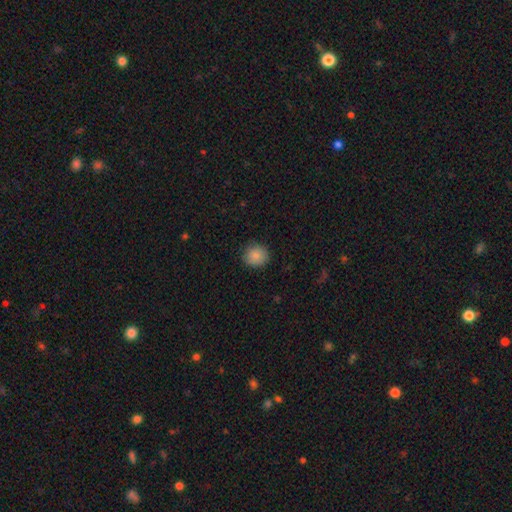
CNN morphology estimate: Q: Smooth or featured?
A: smooth (86%); runner-up: star or artifact (9%)
Q: How rounded?
A: round (88%); runner-up: in between (11%)
Q: Merging?
A: none (88%); runner-up: minor disturbance (9%)